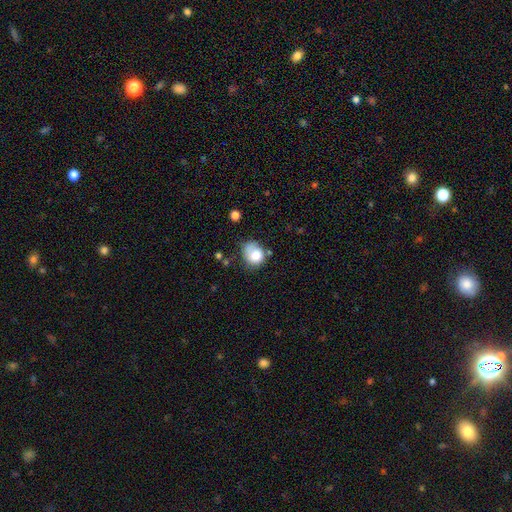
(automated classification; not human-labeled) This appears to be a smooth galaxy with no disk features (77%) that is round (63%). Merging: none (44%).